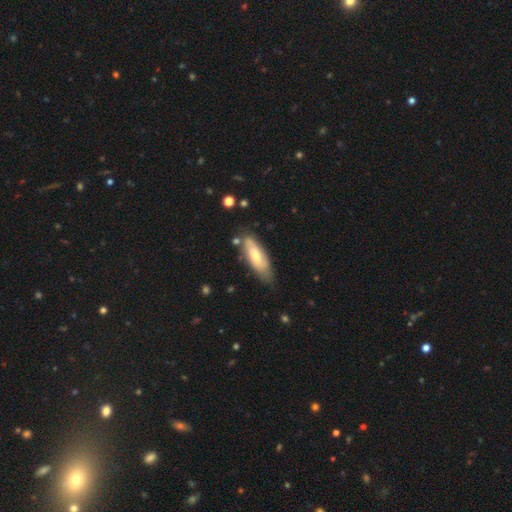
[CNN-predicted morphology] The model was most divided on "how rounded": in between: 61%, cigar-shaped: 38%, round: 2%. More confident: smooth or featured — smooth (65%); merging — none (65%).